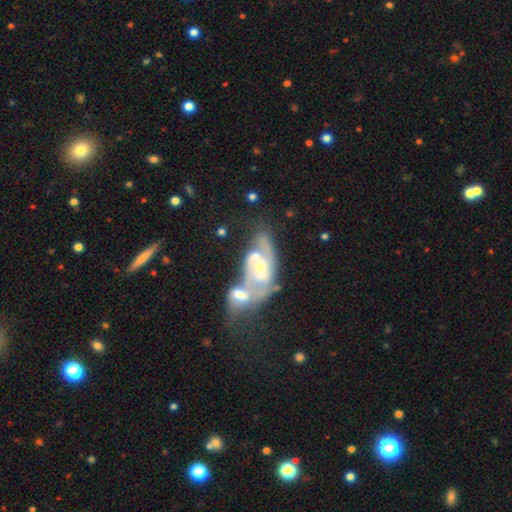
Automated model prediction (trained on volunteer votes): A featured or disk galaxy (83%) with no bar (50%), 2 (75%) medium (47%) spiral arms (90%) and a moderate central bulge (53%). Merging: merger (69%).